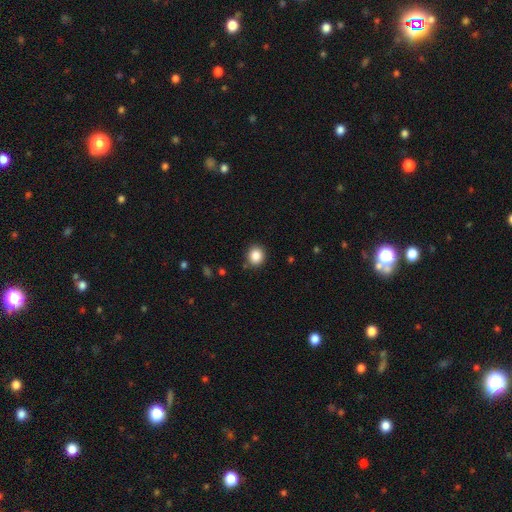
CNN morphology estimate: This appears to be a smooth galaxy with no disk features (87%) that is round (82%). Merging: none (88%).